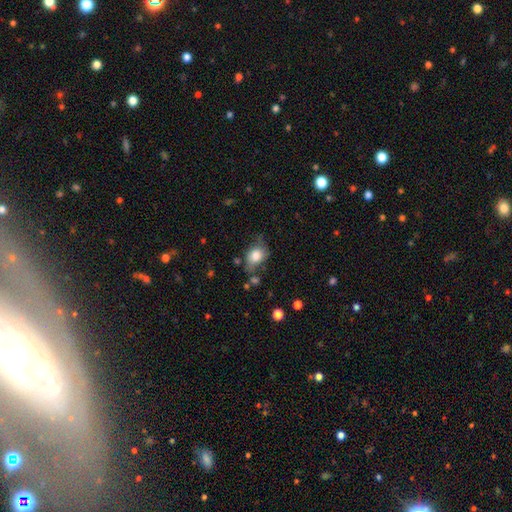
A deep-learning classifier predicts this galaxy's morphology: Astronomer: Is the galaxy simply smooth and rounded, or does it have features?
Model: smooth — 76%.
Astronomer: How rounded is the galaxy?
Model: in between — 62%.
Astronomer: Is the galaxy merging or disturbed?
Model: none — 54% (runner-up: minor disturbance, 29%).